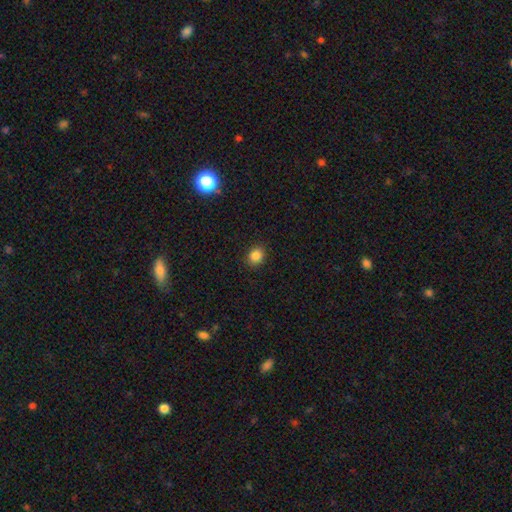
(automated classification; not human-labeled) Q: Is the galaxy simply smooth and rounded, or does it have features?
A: smooth — 85%.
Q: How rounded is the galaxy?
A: round — 62%.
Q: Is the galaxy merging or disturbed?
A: none — 89%.